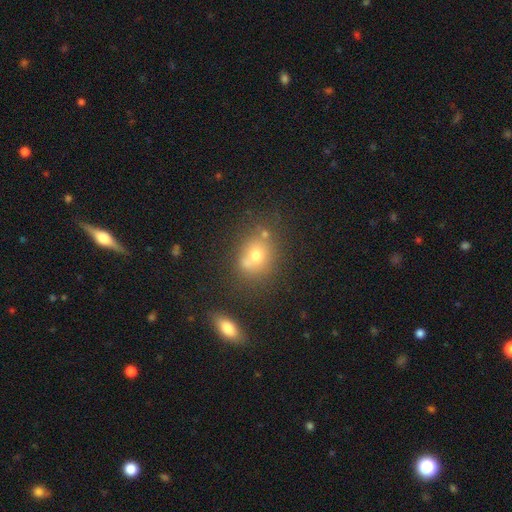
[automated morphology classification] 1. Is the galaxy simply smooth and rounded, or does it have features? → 68% smooth, 18% featured or disk, 14% star or artifact.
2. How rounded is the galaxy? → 60% round, 39% in between, 1% cigar-shaped.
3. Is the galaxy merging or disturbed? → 50% none, 29% merger, 15% minor disturbance, 6% major disturbance.